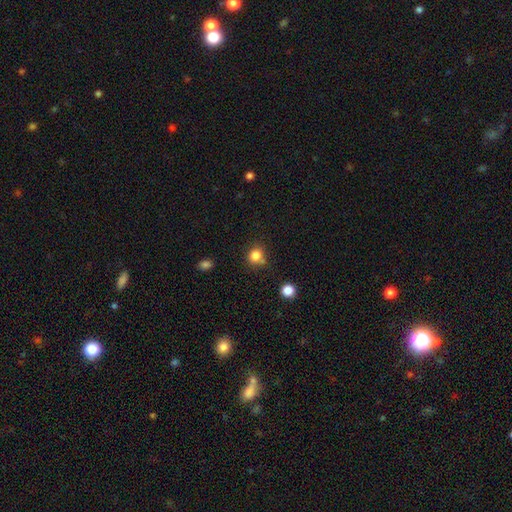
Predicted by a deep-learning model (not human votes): Smooth or featured: smooth — 83% (star or artifact — 12%)
How rounded: round — 80% (in between — 19%)
Merging: none — 70% (minor disturbance — 13%)